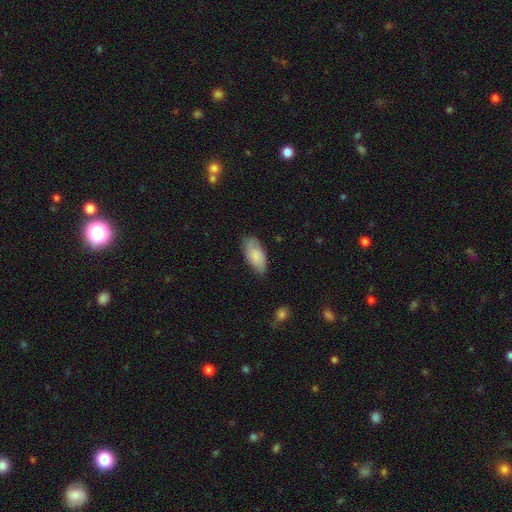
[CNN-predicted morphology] A smooth galaxy with no disk features (84%) that is in between round and cigar-shaped (90%).

Vote fractions:
- Smooth or featured? smooth: 84% / featured or disk: 10% / star or artifact: 6%
- How rounded? in between: 90% / cigar-shaped: 8% / round: 2%
- Merging? none: 70% / minor disturbance: 24% / major disturbance: 4% / merger: 1%